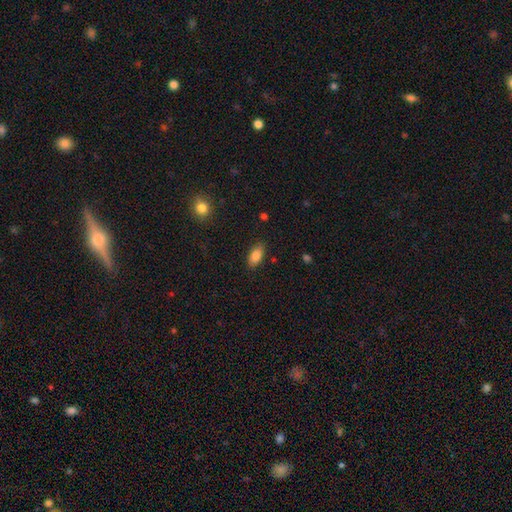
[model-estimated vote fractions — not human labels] Smooth or featured? smooth (85%)
How rounded? in between (88%)
Merging? none (86%)